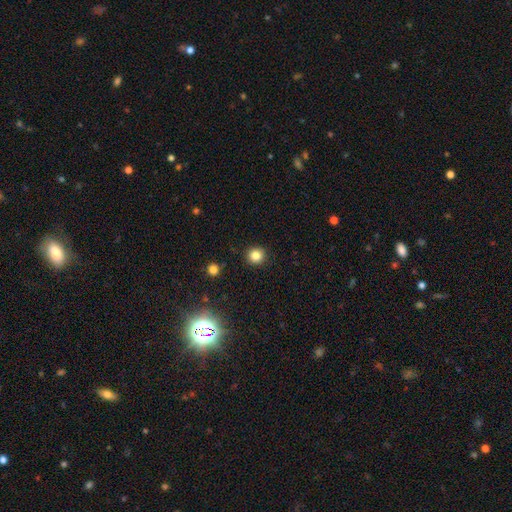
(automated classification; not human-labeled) smooth-or-featured: smooth: 82% | star or artifact: 12% | featured or disk: 5%
  how-rounded: round: 93% | in between: 6% | cigar-shaped: 1%
  merging: none: 92% | minor disturbance: 5% | major disturbance: 2% | merger: 1%